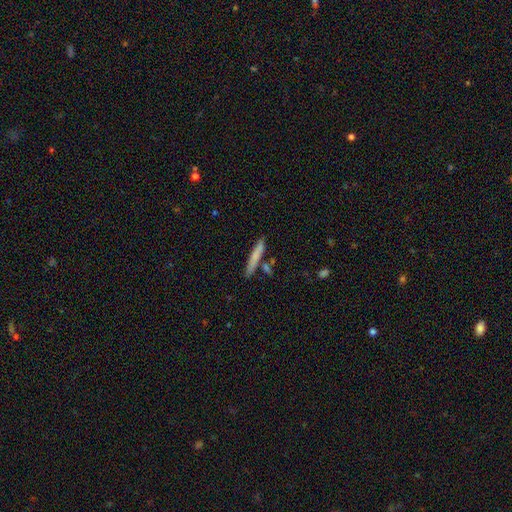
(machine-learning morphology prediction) Smooth or featured? Predicted: smooth (p=0.72). How rounded? Predicted: cigar-shaped (p=0.93). Merging? Predicted: none (p=0.80).